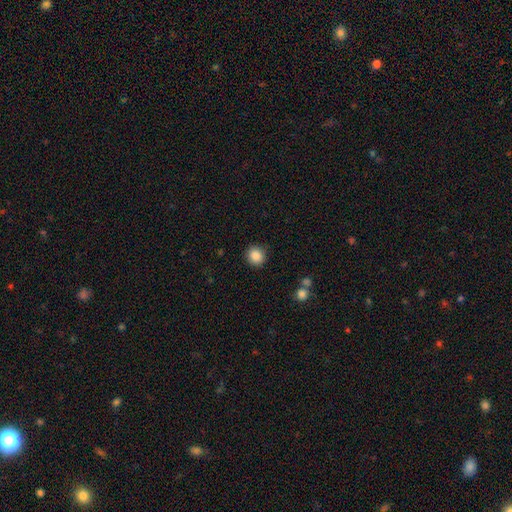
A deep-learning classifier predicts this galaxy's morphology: Smooth or featured: smooth — 88% (star or artifact — 9%)
How rounded: round — 89% (in between — 10%)
Merging: none — 89% (minor disturbance — 7%)